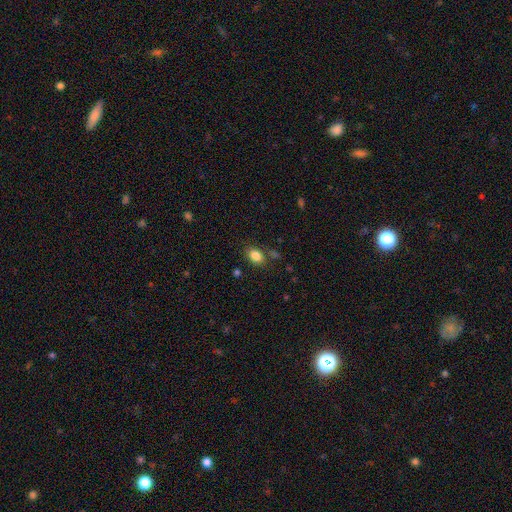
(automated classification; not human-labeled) smooth 84%, star or artifact 10%, featured or disk 6%. Down the decision tree: how rounded — in between (77%); merging — none (77%).